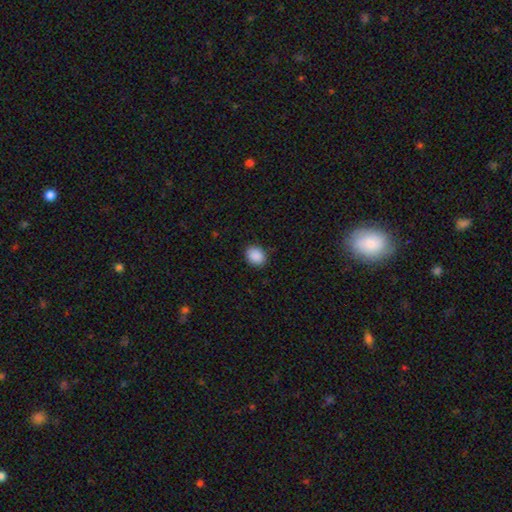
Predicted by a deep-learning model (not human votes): Smooth or featured: smooth — 90% (star or artifact — 8%)
How rounded: round — 51% (in between — 48%)
Merging: none — 88% (minor disturbance — 9%)